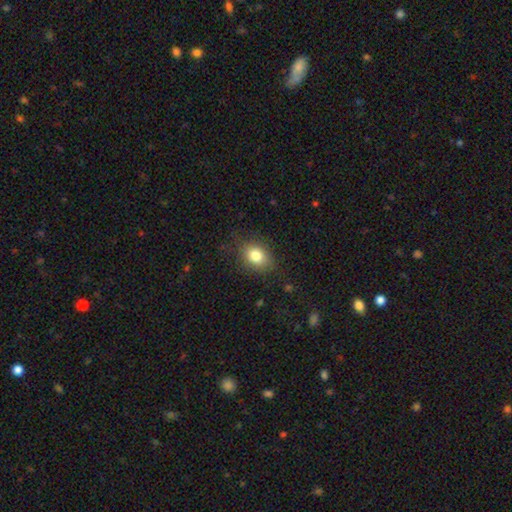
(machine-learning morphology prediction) Smooth or featured? Predicted: smooth (p=0.82). How rounded? Predicted: in between (p=0.68). Merging? Predicted: none (p=0.79).